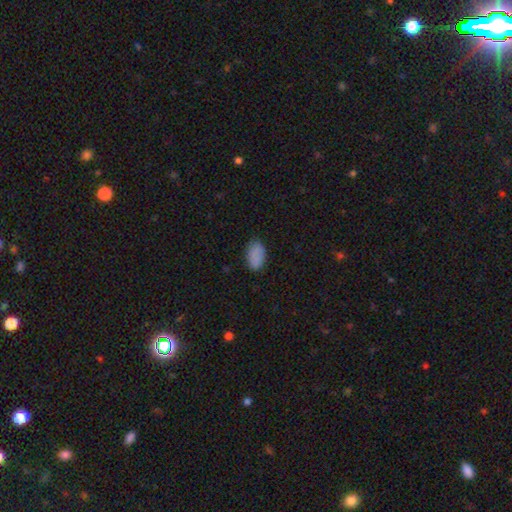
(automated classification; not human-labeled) Morphology: type=smooth (86%); roundness=in between (93%); merging=none (80%).